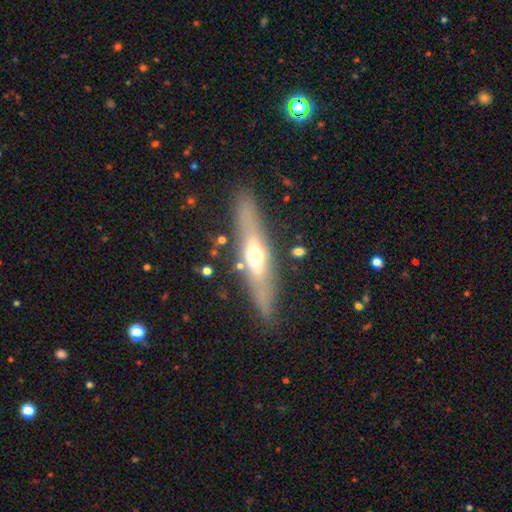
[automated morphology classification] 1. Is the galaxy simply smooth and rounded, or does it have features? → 56% featured or disk, 36% smooth, 7% star or artifact.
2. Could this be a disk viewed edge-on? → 79% yes, 21% no.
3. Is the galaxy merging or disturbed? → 81% none, 12% minor disturbance, 5% major disturbance, 3% merger.